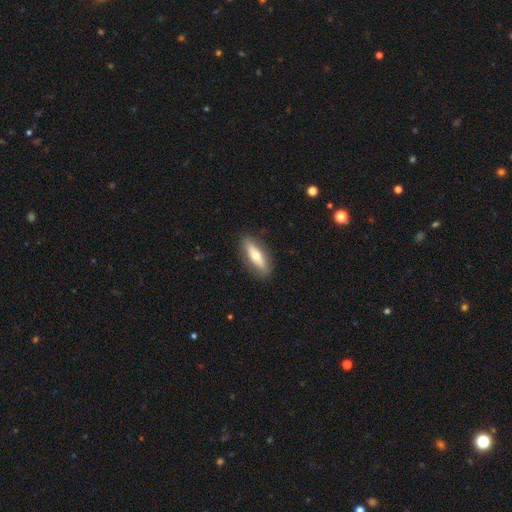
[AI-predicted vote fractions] Smooth or featured? Predicted: smooth (p=0.55). How rounded? Predicted: in between (p=0.49, tied with cigar-shaped). Merging? Predicted: none (p=0.87).